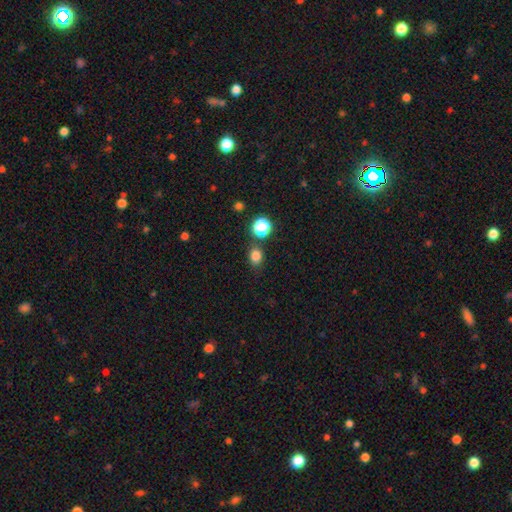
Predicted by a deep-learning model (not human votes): This appears to be a smooth galaxy with no disk features (79%) that is round (61%). Merging: none (77%).